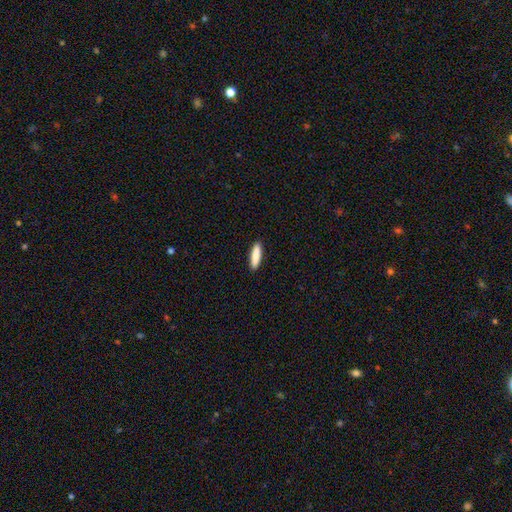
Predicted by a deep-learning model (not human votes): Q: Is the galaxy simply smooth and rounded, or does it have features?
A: smooth — 87%.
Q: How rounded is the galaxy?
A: cigar-shaped — 72%.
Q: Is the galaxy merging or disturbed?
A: none — 91%.